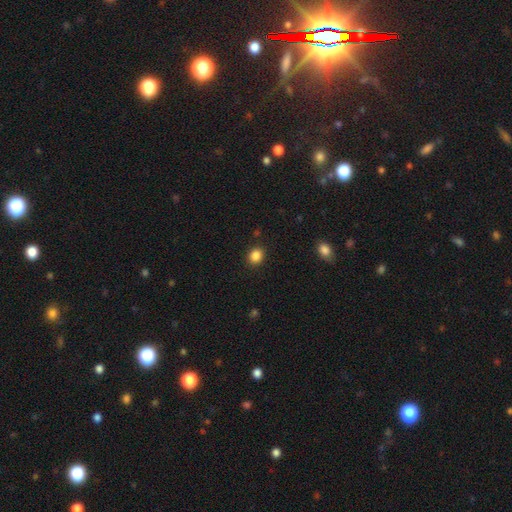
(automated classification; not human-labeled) smooth-or-featured: smooth: 86% | star or artifact: 11% | featured or disk: 3%
  how-rounded: round: 66% | in between: 33% | cigar-shaped: 1%
  merging: none: 89% | minor disturbance: 7% | major disturbance: 2% | merger: 1%